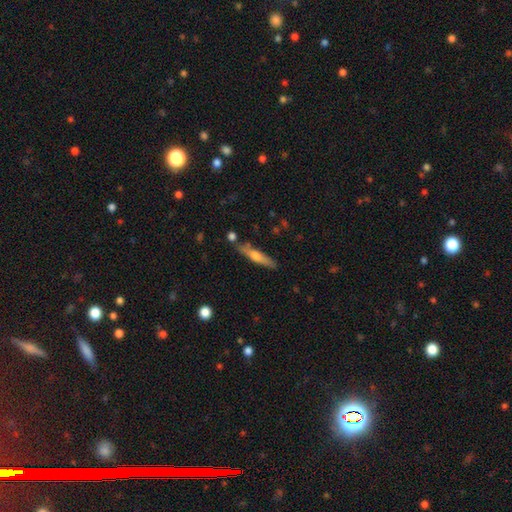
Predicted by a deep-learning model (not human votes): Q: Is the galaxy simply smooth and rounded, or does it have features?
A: smooth — 51%.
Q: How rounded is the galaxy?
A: cigar-shaped — 88%.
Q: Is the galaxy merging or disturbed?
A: none — 79%.